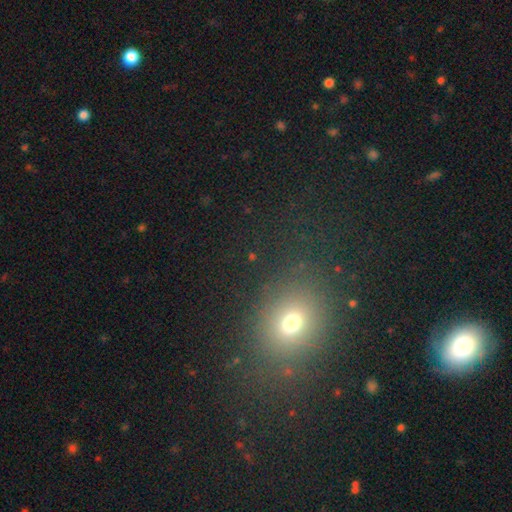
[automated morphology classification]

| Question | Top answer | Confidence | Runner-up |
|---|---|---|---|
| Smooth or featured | smooth | 61% | star or artifact (31%) |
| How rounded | round | 60% | in between (39%) |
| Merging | none | 83% | minor disturbance (9%) |